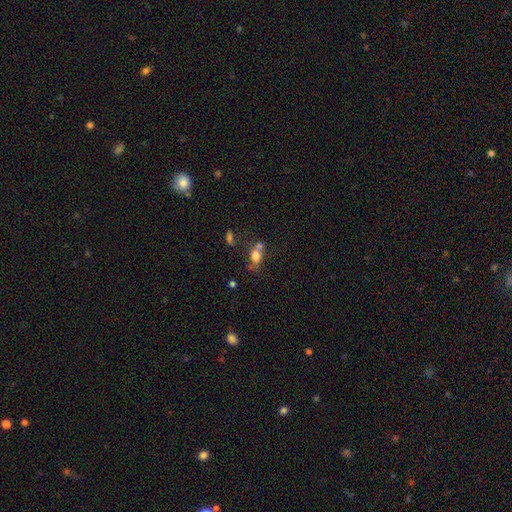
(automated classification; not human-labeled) A smooth galaxy with no disk features (68%) that is in between round and cigar-shaped (62%).

Vote fractions:
- Smooth or featured? smooth: 68% / featured or disk: 19% / star or artifact: 13%
- How rounded? in between: 62% / round: 32% / cigar-shaped: 6%
- Merging? none: 40% / merger: 34% / minor disturbance: 17% / major disturbance: 10%